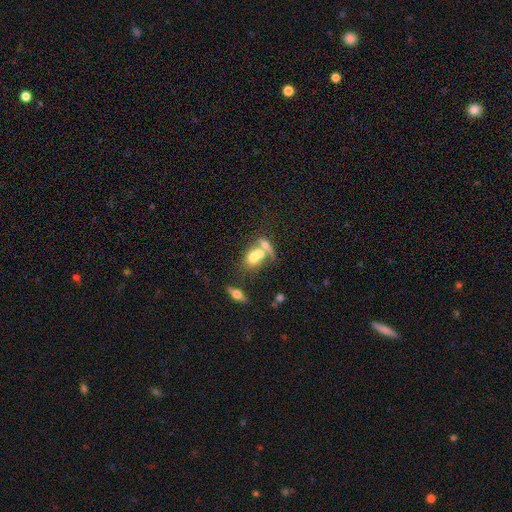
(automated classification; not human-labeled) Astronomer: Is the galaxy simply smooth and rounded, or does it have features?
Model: smooth — 59%.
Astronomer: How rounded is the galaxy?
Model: in between — 66%.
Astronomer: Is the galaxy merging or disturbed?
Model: merger — 64%.